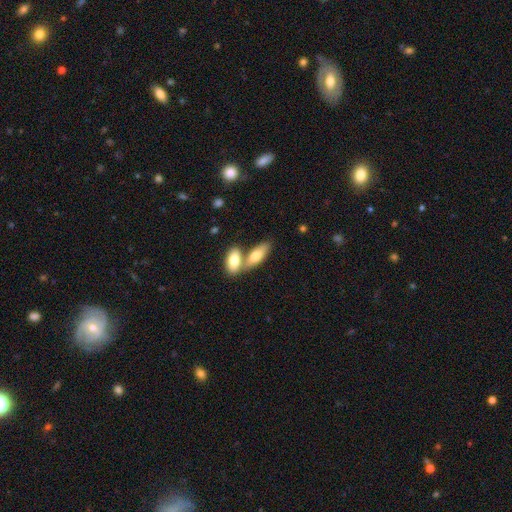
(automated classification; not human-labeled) Smooth or featured? smooth (74%)
How rounded? in between (73%)
Merging? merger (47%)